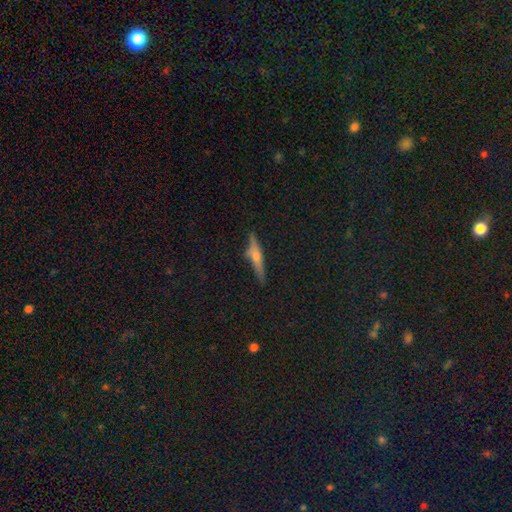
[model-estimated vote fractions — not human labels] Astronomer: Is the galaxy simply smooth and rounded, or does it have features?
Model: featured or disk — 53% (runner-up: smooth, 38%).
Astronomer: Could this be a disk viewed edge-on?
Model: yes — 95%.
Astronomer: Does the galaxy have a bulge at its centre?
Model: rounded — 80%.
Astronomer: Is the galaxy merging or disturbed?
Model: none — 80%.